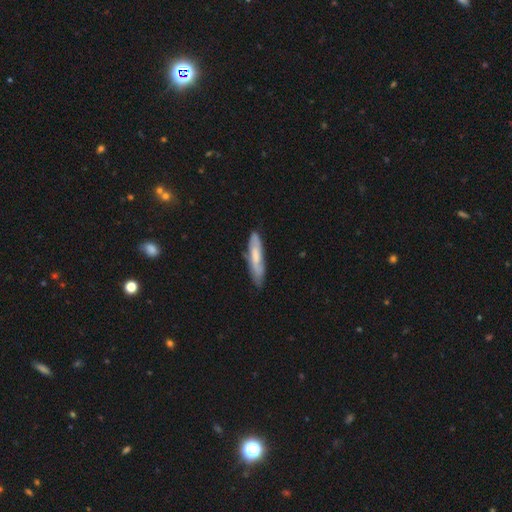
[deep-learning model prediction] smooth-or-featured: smooth: 56% | featured or disk: 38% | star or artifact: 6%
  how-rounded: cigar-shaped: 78% | in between: 21% | round: 1%
  merging: none: 72% | minor disturbance: 22% | major disturbance: 5% | merger: 2%